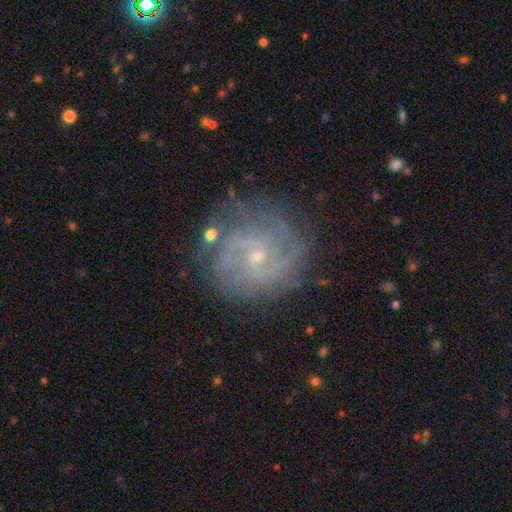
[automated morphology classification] Q: Smooth or featured?
A: featured or disk (83%); runner-up: star or artifact (8%)
Q: Edge-on disk?
A: no (98%); runner-up: yes (2%)
Q: Bar?
A: weak (46%); runner-up: no (45%)
Q: Spiral arms?
A: yes (95%); runner-up: no (5%)
Q: Spiral winding?
A: tight (48%); runner-up: medium (41%)
Q: Spiral arm count?
A: 2 (43%); runner-up: can't tell (24%)
Q: Bulge size?
A: small (73%); runner-up: moderate (22%)
Q: Merging?
A: none (75%); runner-up: minor disturbance (16%)